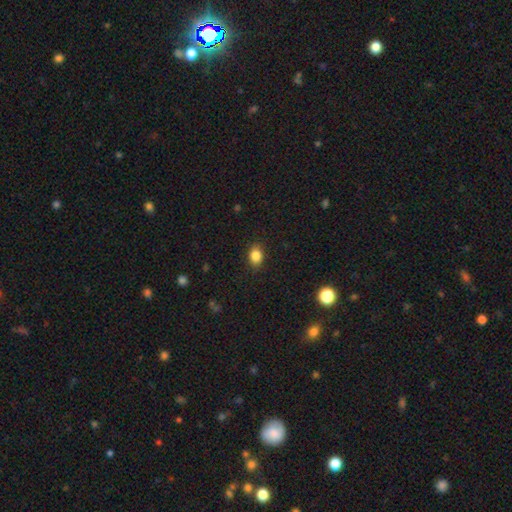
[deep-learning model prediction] The model was most divided on "how rounded": in between: 67%, round: 32%, cigar-shaped: 1%. More confident: merging — none (87%); smooth or featured — smooth (85%).